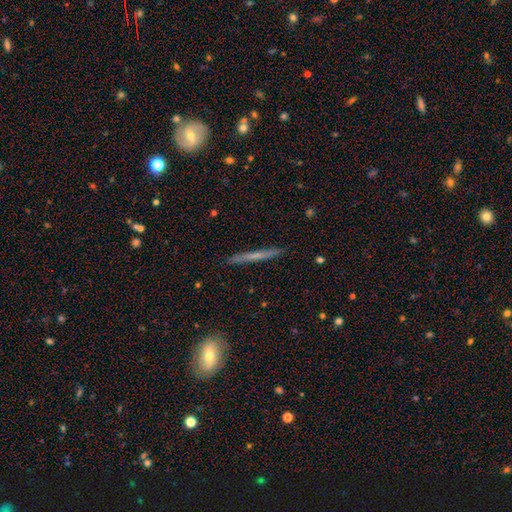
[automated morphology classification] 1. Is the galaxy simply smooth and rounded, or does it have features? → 50% smooth, 42% featured or disk, 8% star or artifact.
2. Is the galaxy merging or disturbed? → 88% none, 9% minor disturbance, 2% major disturbance, 1% merger.